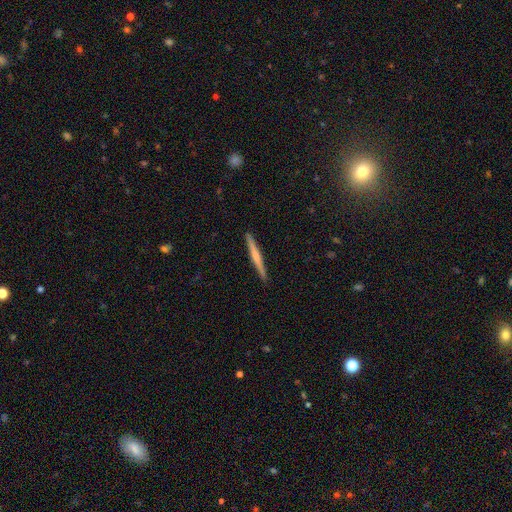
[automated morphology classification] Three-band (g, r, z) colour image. It shows a featured or disk galaxy (51%) viewed edge-on (98%). Merging: none (92%).